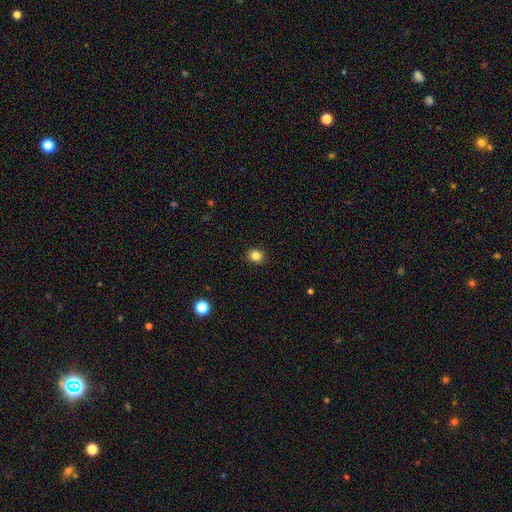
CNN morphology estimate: smooth_or_featured: smooth (p=0.83) [alt: star or artifact p=0.12]
how_rounded: round (p=0.73) [alt: in between p=0.26]
merging: none (p=0.91) [alt: minor disturbance p=0.07]